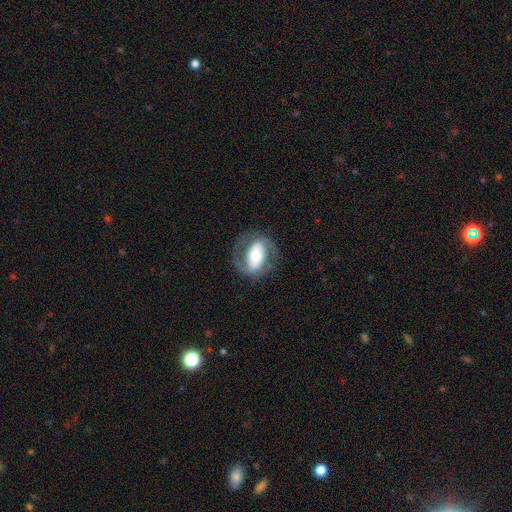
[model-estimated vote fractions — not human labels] A featured or disk galaxy (71%) with a strong bar (46%), 2 (85%) medium (47%) spiral arms (75%) and a moderate central bulge (60%). Merging: none (75%).